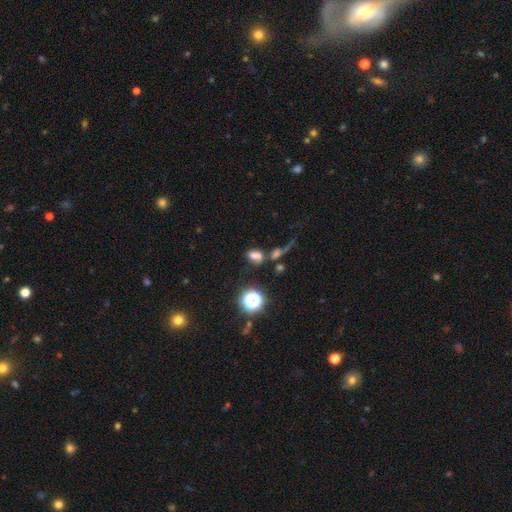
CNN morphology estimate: A smooth galaxy with no disk features (64%) that is in between round and cigar-shaped (76%).

Vote fractions:
- Smooth or featured? smooth: 64% / star or artifact: 23% / featured or disk: 14%
- How rounded? in between: 76% / round: 20% / cigar-shaped: 4%
- Merging? none: 41% / merger: 32% / minor disturbance: 14% / major disturbance: 12%